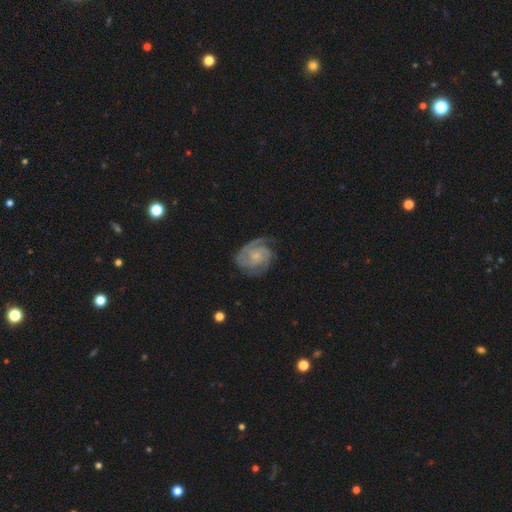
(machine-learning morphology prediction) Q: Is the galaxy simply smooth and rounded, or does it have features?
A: featured or disk — 87%.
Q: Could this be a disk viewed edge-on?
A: no — 98%.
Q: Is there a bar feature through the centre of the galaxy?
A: no — 72%.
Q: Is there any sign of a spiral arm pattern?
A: yes — 98%.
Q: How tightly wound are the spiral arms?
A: tight — 64%.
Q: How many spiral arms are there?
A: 2 — 39%.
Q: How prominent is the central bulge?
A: small — 70%.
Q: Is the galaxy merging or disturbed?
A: none — 73%.